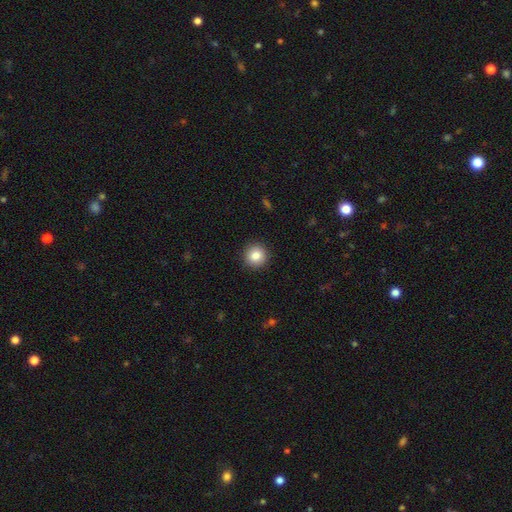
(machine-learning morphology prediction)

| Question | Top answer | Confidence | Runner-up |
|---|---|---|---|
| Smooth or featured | smooth | 83% | star or artifact (9%) |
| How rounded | round | 94% | in between (5%) |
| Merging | none | 92% | minor disturbance (5%) |